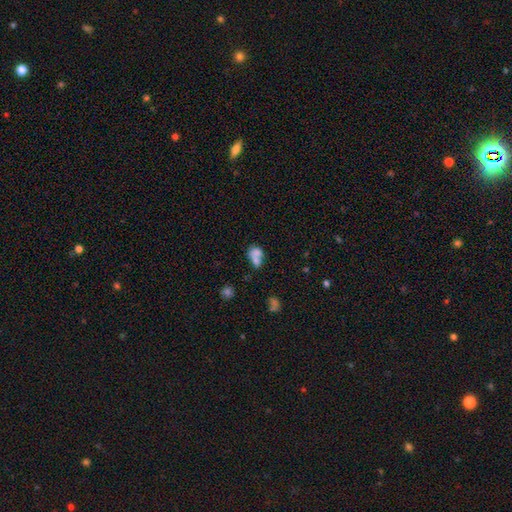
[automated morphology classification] type=smooth (70%); roundness=in between (62%); merging=merger (62%).